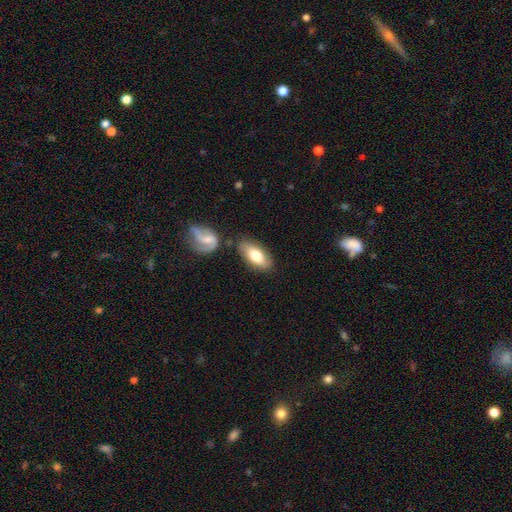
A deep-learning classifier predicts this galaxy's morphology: The model was most divided on "smooth or featured": smooth: 70%, featured or disk: 25%, star or artifact: 6%. More confident: how rounded — in between (86%); merging — none (73%).